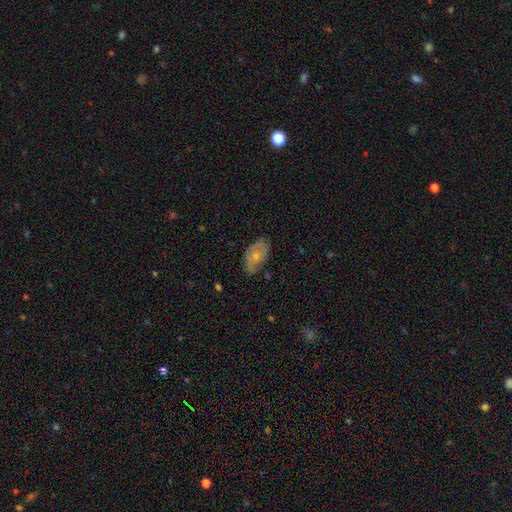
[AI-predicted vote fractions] Smooth or featured? Predicted: smooth (p=0.47). Merging? Predicted: none (p=0.65).